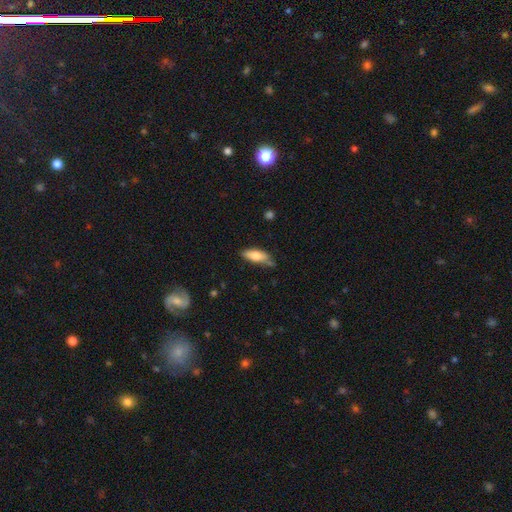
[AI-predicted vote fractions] A smooth galaxy with no disk features (72%) that is in between round and cigar-shaped (64%).

Vote fractions:
- Smooth or featured? smooth: 72% / featured or disk: 21% / star or artifact: 6%
- How rounded? in between: 64% / cigar-shaped: 34% / round: 2%
- Merging? none: 56% / minor disturbance: 32% / major disturbance: 8% / merger: 4%